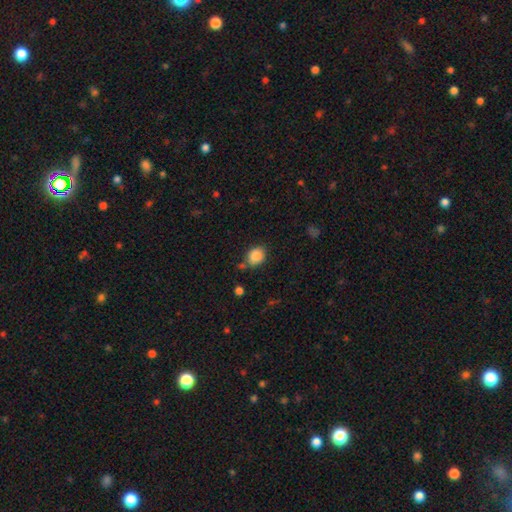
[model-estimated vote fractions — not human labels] Smooth or featured? Predicted: smooth (p=0.85). How rounded? Predicted: round (p=0.58). Merging? Predicted: none (p=0.70).